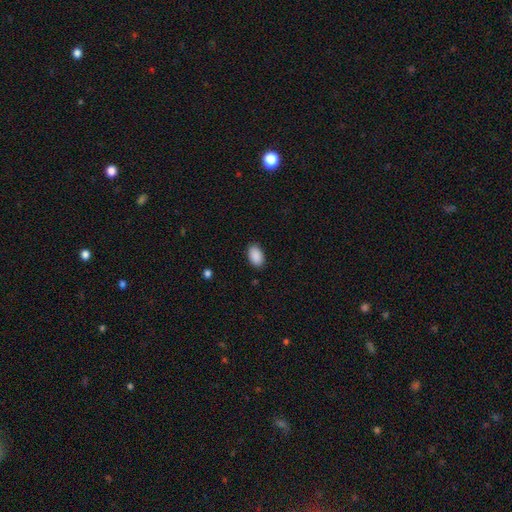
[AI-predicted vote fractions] Smooth or featured? Predicted: smooth (p=0.90). How rounded? Predicted: in between (p=0.92). Merging? Predicted: none (p=0.88).